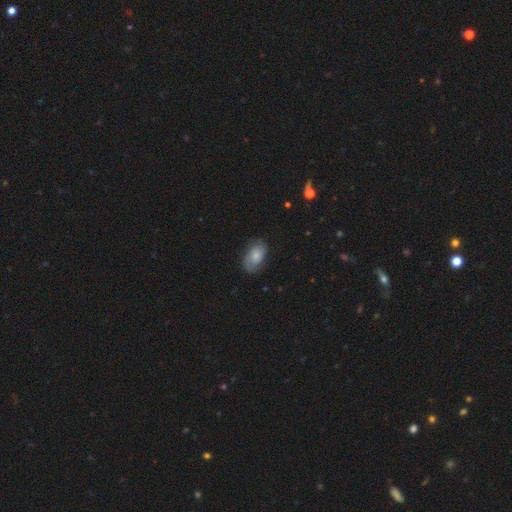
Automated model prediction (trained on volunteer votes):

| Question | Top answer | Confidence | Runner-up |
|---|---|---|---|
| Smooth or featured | smooth | 61% | featured or disk (31%) |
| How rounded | in between | 90% | round (8%) |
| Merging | none | 72% | minor disturbance (21%) |